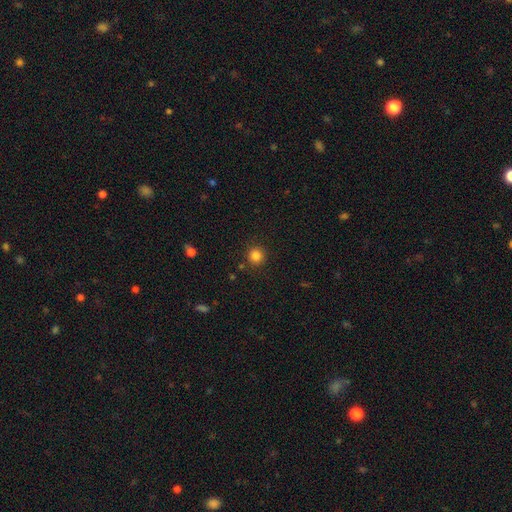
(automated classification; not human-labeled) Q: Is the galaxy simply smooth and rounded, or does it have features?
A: smooth — 83%.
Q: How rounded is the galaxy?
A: round — 92%.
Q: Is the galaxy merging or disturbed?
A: none — 89%.